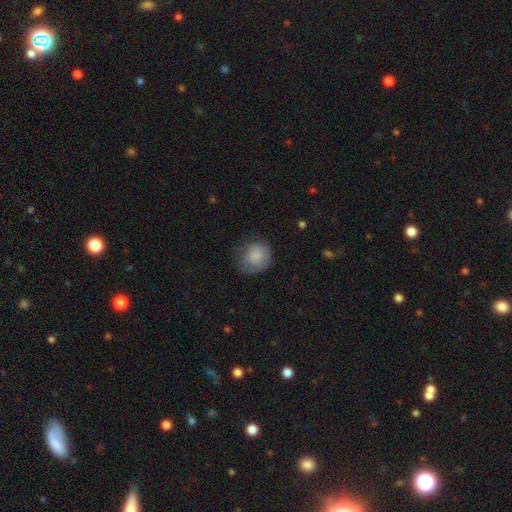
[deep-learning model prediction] Smooth or featured: smooth — 84% (featured or disk — 9%)
How rounded: round — 78% (in between — 22%)
Merging: none — 60% (minor disturbance — 27%)